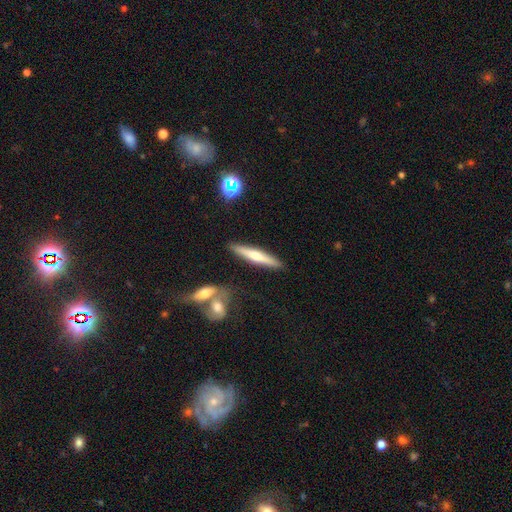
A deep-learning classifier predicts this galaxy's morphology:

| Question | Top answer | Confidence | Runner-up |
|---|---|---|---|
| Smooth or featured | smooth | 48% | featured or disk (46%) |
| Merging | none | 86% | minor disturbance (8%) |